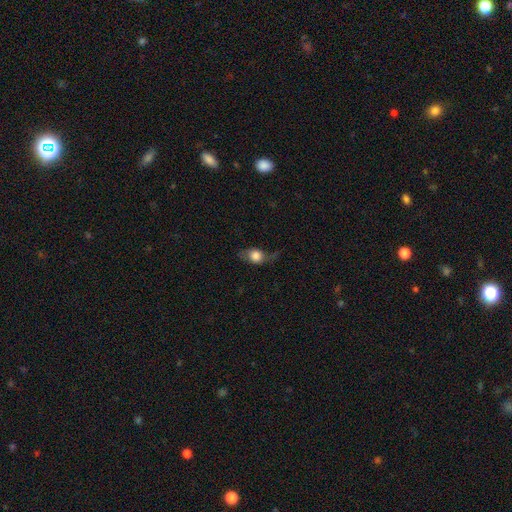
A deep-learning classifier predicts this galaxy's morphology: Smooth or featured?
  - smooth: 60% *
  - featured or disk: 31%
  - star or artifact: 9%
How rounded?
  - in between: 54% *
  - round: 41%
  - cigar-shaped: 5%
Merging?
  - none: 50% *
  - minor disturbance: 27%
  - major disturbance: 21%
  - merger: 2%